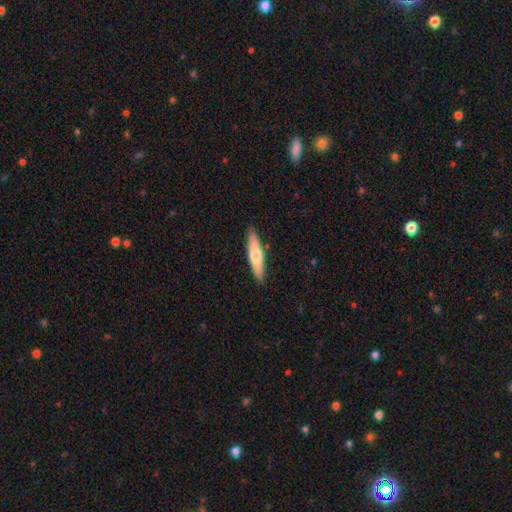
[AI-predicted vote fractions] A smooth galaxy with no disk features (62%) that is cigar-shaped (77%).

Vote fractions:
- Smooth or featured? smooth: 62% / featured or disk: 33% / star or artifact: 5%
- How rounded? cigar-shaped: 77% / in between: 22% / round: 2%
- Merging? none: 88% / minor disturbance: 9% / major disturbance: 2% / merger: 1%